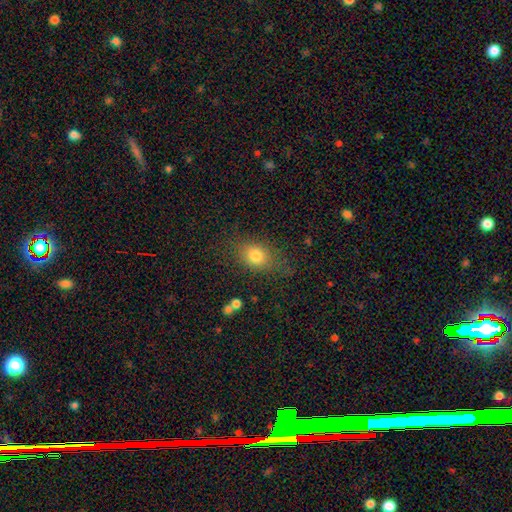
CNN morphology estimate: smooth-or-featured: smooth: 79% | star or artifact: 11% | featured or disk: 11%
  how-rounded: in between: 60% | round: 38% | cigar-shaped: 2%
  merging: none: 71% | minor disturbance: 18% | major disturbance: 8% | merger: 2%